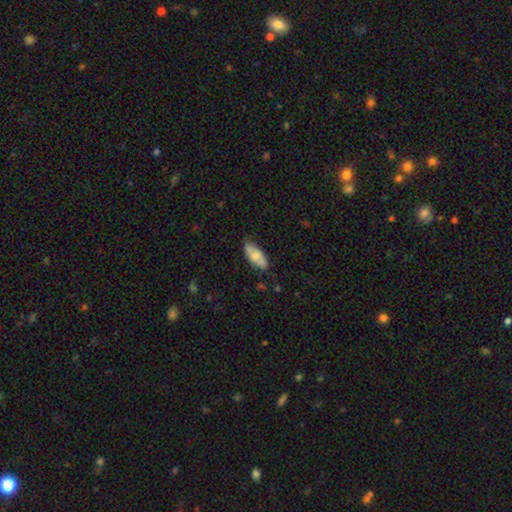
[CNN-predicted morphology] This appears to be a smooth galaxy with no disk features (75%) that is in between round and cigar-shaped (84%). Merging: none (74%).